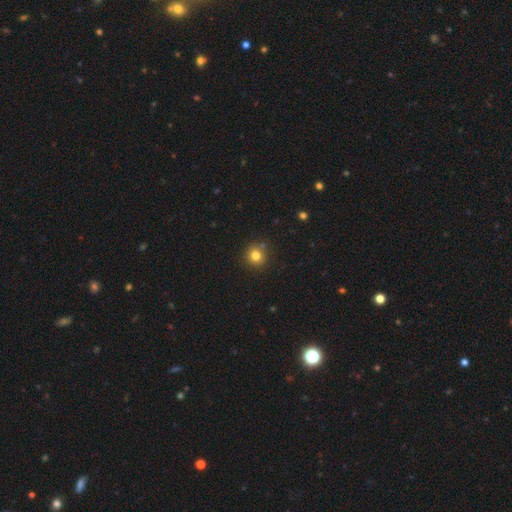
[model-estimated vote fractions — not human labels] smooth 79%, star or artifact 14%, featured or disk 7%. Down the decision tree: how rounded — round (91%); merging — none (84%).